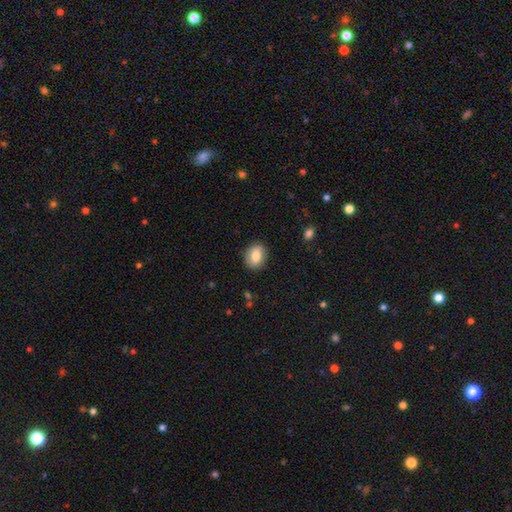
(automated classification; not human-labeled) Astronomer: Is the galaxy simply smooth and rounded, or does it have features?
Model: smooth — 81%.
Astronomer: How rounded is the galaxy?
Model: in between — 60% (runner-up: round, 38%).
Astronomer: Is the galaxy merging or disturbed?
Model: none — 87%.